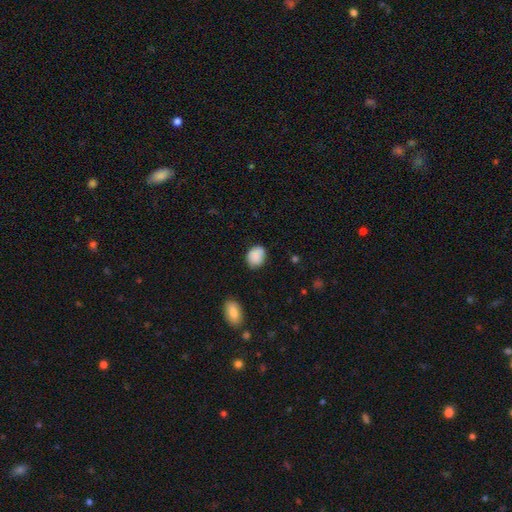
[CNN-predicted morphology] type=smooth (87%); roundness=in between (55%); merging=none (70%).